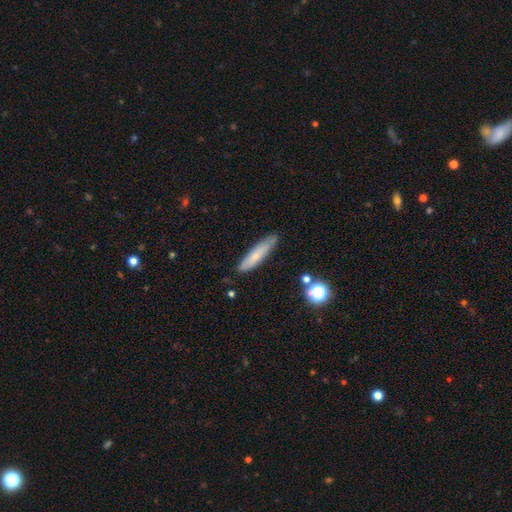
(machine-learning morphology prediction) Smooth or featured? Predicted: smooth (p=0.69). How rounded? Predicted: cigar-shaped (p=0.84). Merging? Predicted: none (p=0.82).